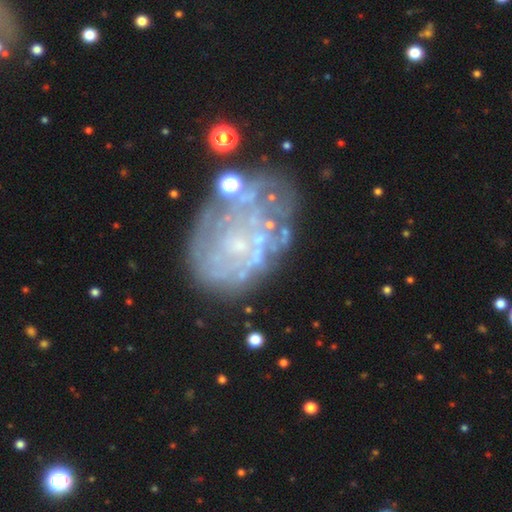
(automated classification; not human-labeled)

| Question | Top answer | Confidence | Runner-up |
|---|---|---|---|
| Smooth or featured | featured or disk | 62% | smooth (19%) |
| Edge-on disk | no | 96% | yes (4%) |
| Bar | no | 83% | weak (12%) |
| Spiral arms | yes | 50% | tied: no (50%) |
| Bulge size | small | 39% | none (33%) |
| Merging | none | 49% | minor disturbance (19%) |